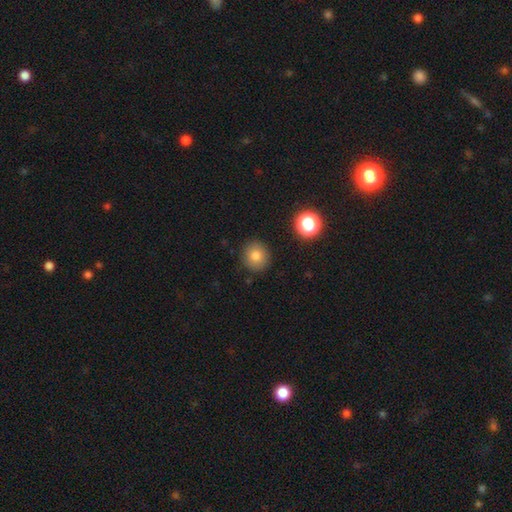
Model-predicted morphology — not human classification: A smooth galaxy with no disk features (80%) that is round (92%). Merging: none (89%).